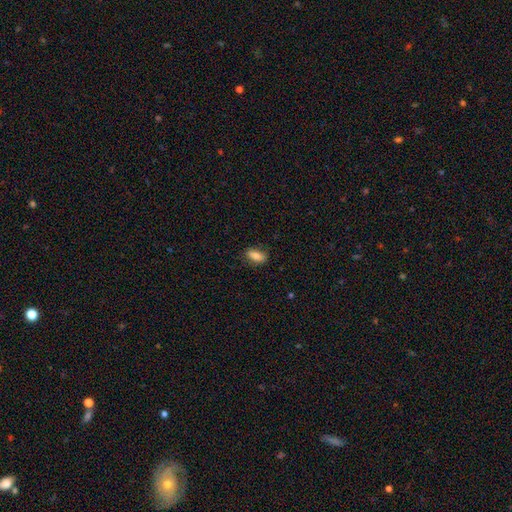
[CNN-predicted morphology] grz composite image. It shows a smooth galaxy with no disk features (79%) that is in between round and cigar-shaped (82%). Merging: none (79%).